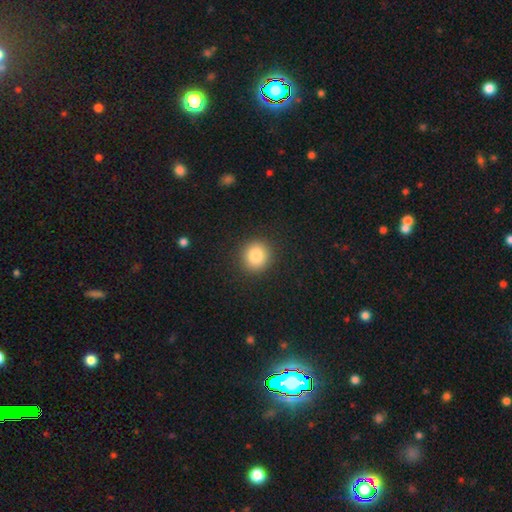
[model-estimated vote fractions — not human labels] A smooth galaxy with no disk features (84%) that is round (89%). Merging: none (91%).